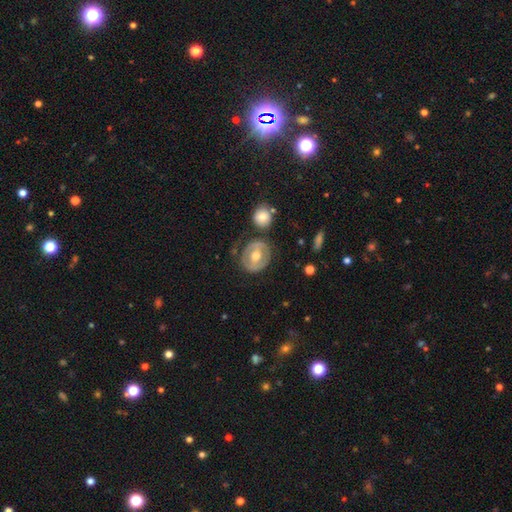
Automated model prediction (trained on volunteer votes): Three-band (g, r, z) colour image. It shows a featured or disk galaxy (57%) with no bar (37%, tied with weak), no spiral arms (69%) and a moderate central bulge (78%). Merging: none (71%).